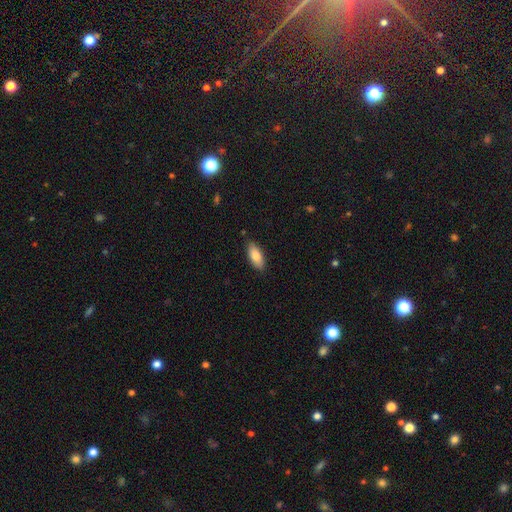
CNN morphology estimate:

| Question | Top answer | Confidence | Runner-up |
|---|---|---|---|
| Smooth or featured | smooth | 81% | featured or disk (13%) |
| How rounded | in between | 83% | cigar-shaped (15%) |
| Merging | none | 86% | minor disturbance (11%) |